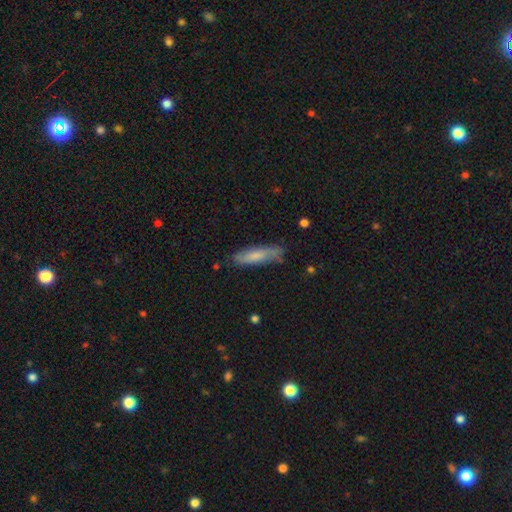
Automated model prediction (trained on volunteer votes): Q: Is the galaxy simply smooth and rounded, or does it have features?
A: smooth — 70%.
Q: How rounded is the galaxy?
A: cigar-shaped — 70%.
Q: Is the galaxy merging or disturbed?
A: none — 76%.